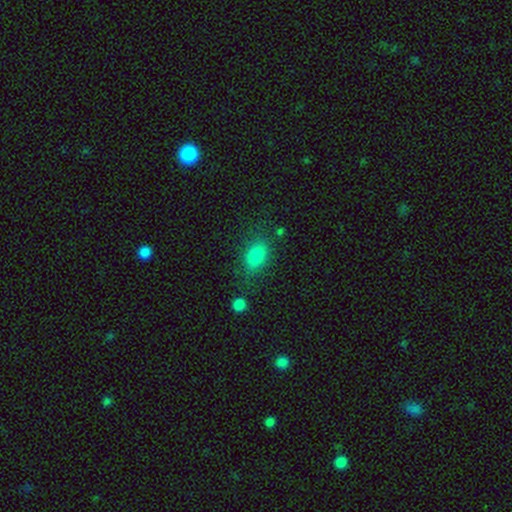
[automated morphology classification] Smooth or featured? Predicted: smooth (p=0.83). How rounded? Predicted: in between (p=0.83). Merging? Predicted: none (p=0.70).